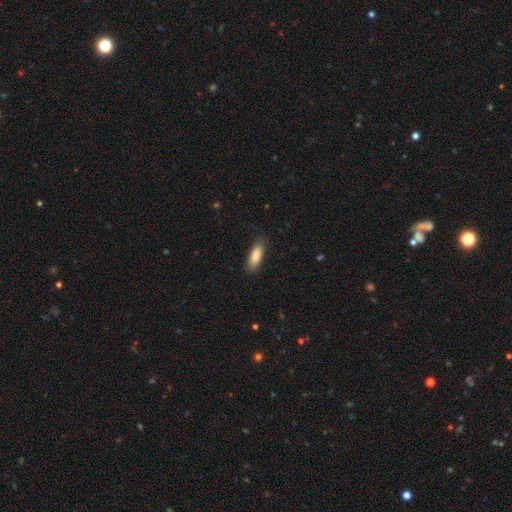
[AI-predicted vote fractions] Q: Smooth or featured?
A: smooth (85%); runner-up: featured or disk (9%)
Q: How rounded?
A: in between (67%); runner-up: cigar-shaped (32%)
Q: Merging?
A: none (82%); runner-up: minor disturbance (14%)